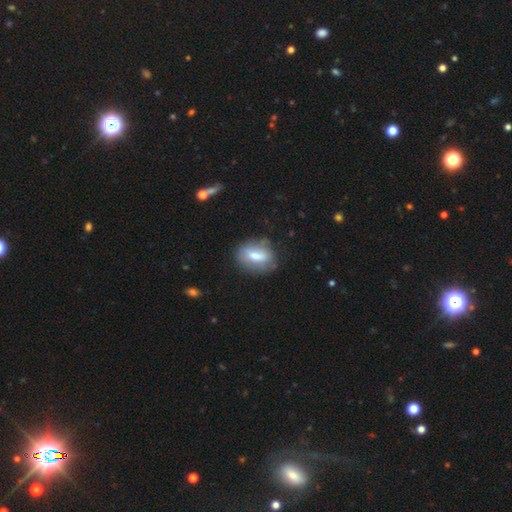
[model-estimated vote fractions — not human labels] This is likely a smooth galaxy (61%). How rounded: likely in between (68%). Merging: likely none (69%).